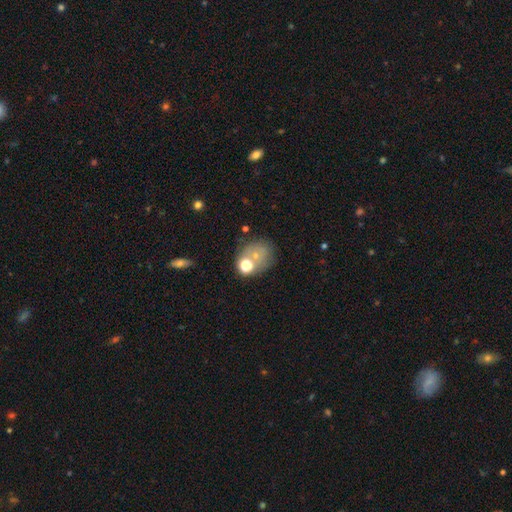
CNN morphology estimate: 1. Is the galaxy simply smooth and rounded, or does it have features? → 60% smooth, 23% featured or disk, 17% star or artifact.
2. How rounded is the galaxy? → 67% round, 32% in between, 1% cigar-shaped.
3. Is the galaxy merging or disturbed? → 52% none, 21% merger, 17% minor disturbance, 10% major disturbance.